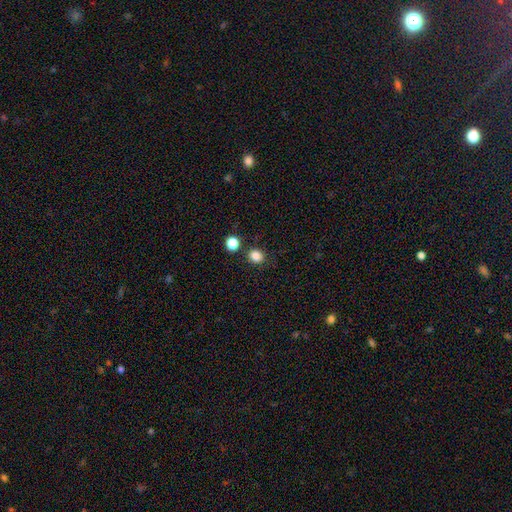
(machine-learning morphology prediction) smooth 84%, star or artifact 12%, featured or disk 4%. Down the decision tree: how rounded — round (77%); merging — none (84%).